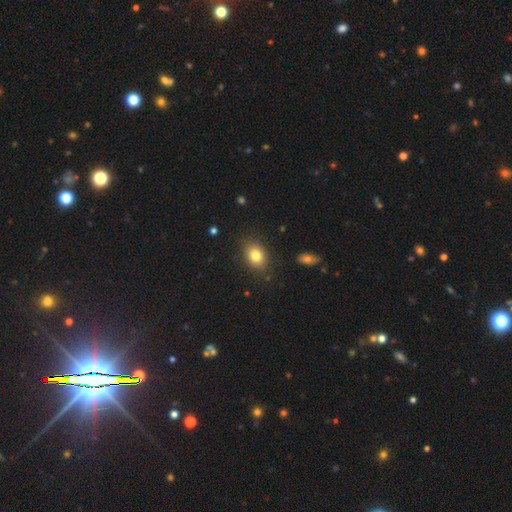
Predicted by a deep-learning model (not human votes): Morphology: type=smooth (81%); roundness=in between (70%); merging=none (83%).